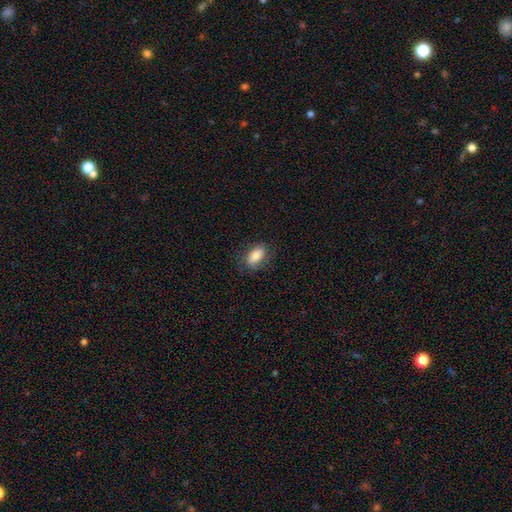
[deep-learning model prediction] This is likely a smooth galaxy (78%). How rounded: clearly in between (89%). Merging: likely none (76%).